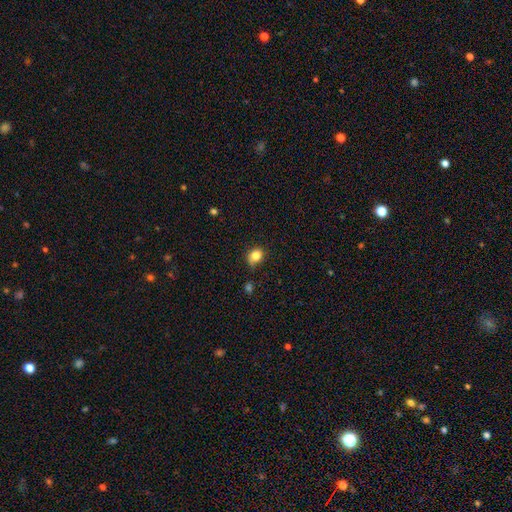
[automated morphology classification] Smooth or featured? smooth (82%)
How rounded? round (56%)
Merging? none (65%)